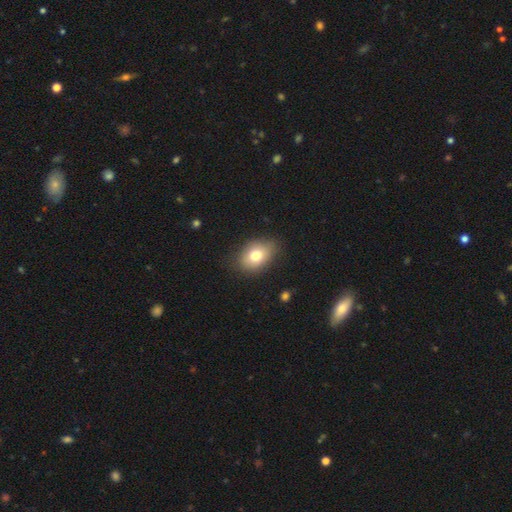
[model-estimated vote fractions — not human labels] Smooth or featured: smooth — 76% (featured or disk — 14%)
How rounded: in between — 76% (round — 23%)
Merging: none — 80% (minor disturbance — 15%)